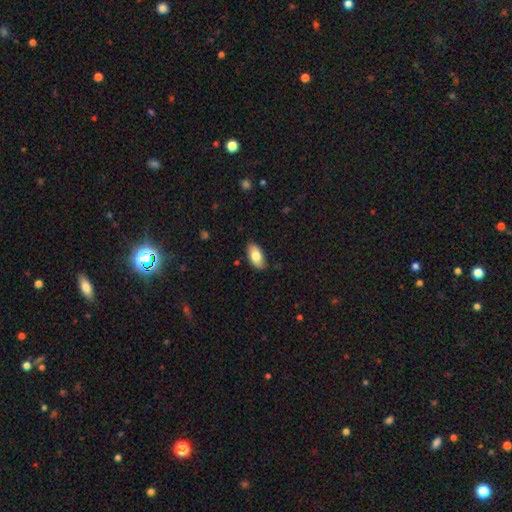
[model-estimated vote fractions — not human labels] This appears to be a smooth galaxy with no disk features (78%) that is in between round and cigar-shaped (93%). Merging: none (84%).